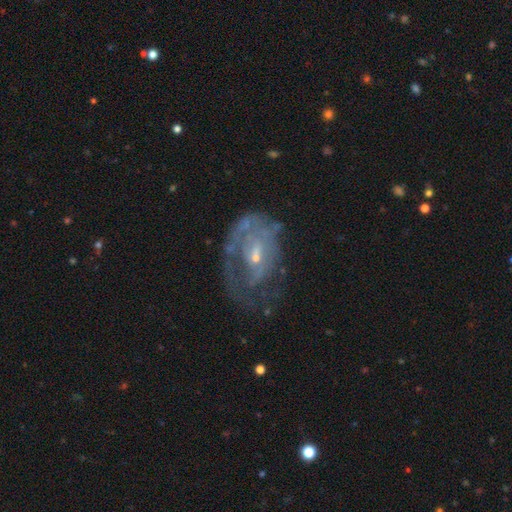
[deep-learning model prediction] smooth-or-featured: featured or disk: 72% | smooth: 19% | star or artifact: 10%
  disk-edge-on: no: 95% | yes: 5%
    bar: no: 54% | weak: 36% | strong: 9%
    has-spiral-arms: yes: 58% | no: 42%
    bulge-size: small: 66% | moderate: 28% | none: 4% | large: 1% | dominant: 1%
  merging: none: 44% | major disturbance: 29% | minor disturbance: 24% | merger: 3%